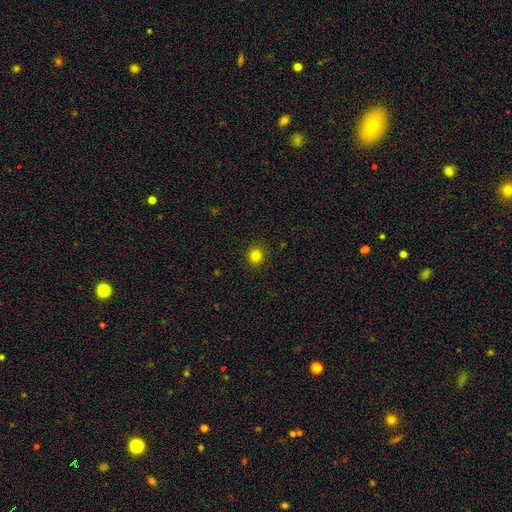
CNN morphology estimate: A smooth galaxy with no disk features (82%) that is round (82%).

Vote fractions:
- Smooth or featured? smooth: 82% / star or artifact: 13% / featured or disk: 5%
- How rounded? round: 82% / in between: 17% / cigar-shaped: 1%
- Merging? none: 91% / minor disturbance: 6% / major disturbance: 2% / merger: 1%